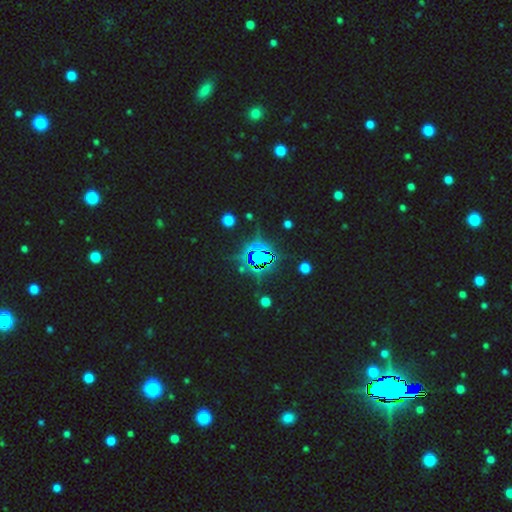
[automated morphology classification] This appears to be a star or artifact, not a galaxy (80%).